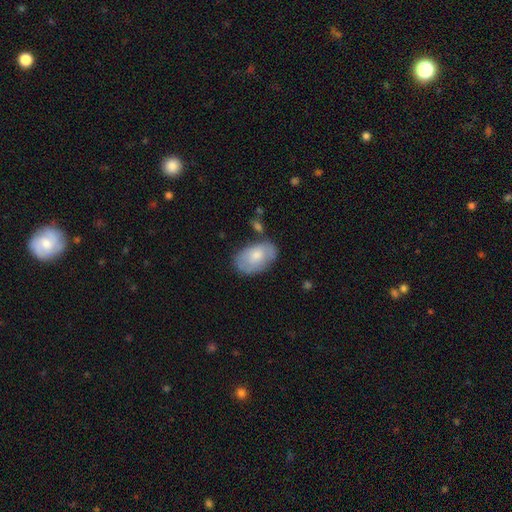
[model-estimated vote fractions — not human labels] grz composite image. It shows a smooth galaxy with no disk features (71%) that is in between round and cigar-shaped (92%). Merging: none (67%).